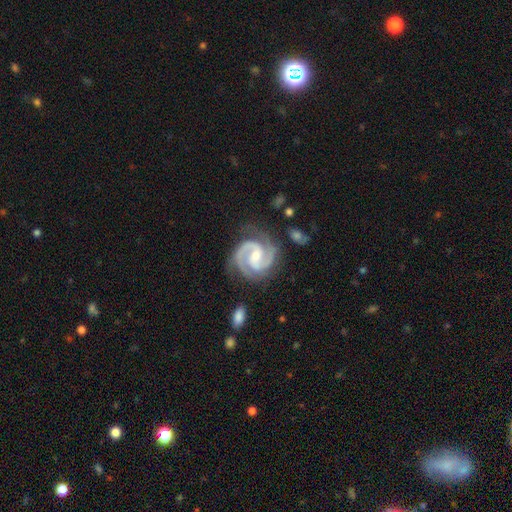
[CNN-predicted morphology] Smooth or featured? Predicted: featured or disk (p=0.93). Edge-on disk? Predicted: no (p=0.98). Bar? Predicted: weak (p=0.46). Spiral arms? Predicted: yes (p=0.99). Spiral winding? Predicted: medium (p=0.50). Spiral arm count? Predicted: 2 (p=0.81). Bulge size? Predicted: small (p=0.51). Merging? Predicted: none (p=0.74).